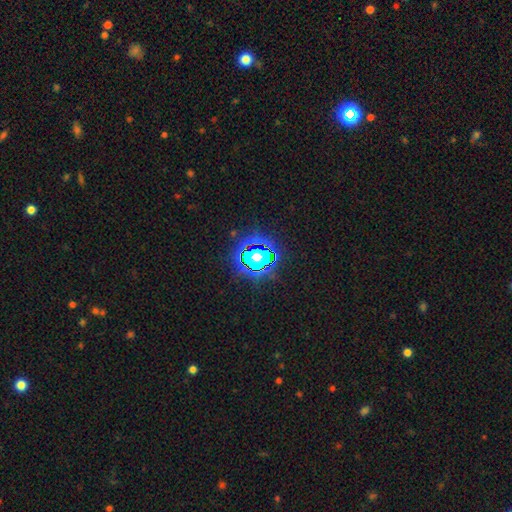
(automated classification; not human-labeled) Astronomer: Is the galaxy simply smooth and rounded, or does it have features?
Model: star or artifact — 81%.